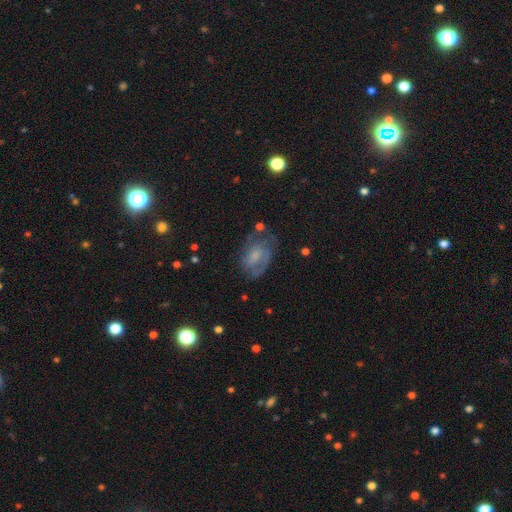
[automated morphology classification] Smooth or featured?
  - featured or disk: 56% *
  - smooth: 33%
  - star or artifact: 11%
Edge-on disk?
  - no: 96% *
  - yes: 4%
Bar?
  - no: 58% *
  - weak: 35%
  - strong: 7%
Spiral arms?
  - yes: 72% *
  - no: 28%
Bulge size?
  - small: 38% *
  - moderate: 31%
  - none: 23%
  - large: 7%
  - dominant: 2%
Merging?
  - none: 55% *
  - minor disturbance: 25%
  - major disturbance: 17%
  - merger: 3%